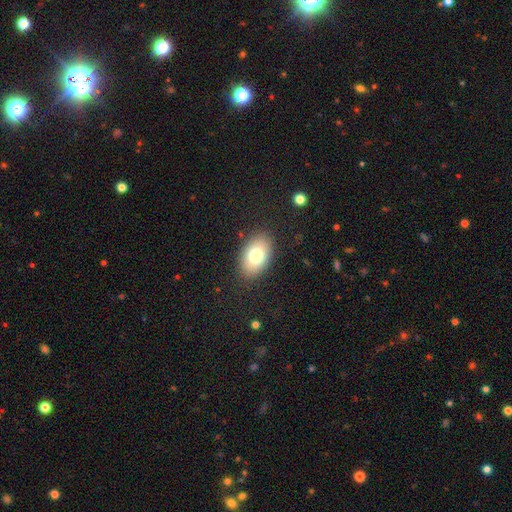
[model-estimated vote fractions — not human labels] Smooth or featured: smooth — 76% (featured or disk — 15%)
How rounded: in between — 89% (round — 10%)
Merging: none — 85% (minor disturbance — 10%)